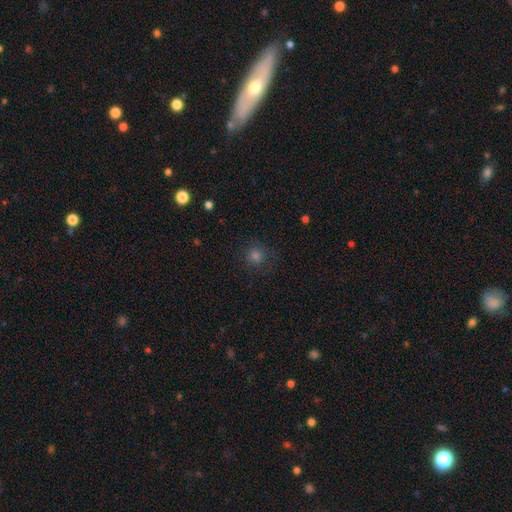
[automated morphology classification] Smooth or featured? Predicted: smooth (p=0.68). How rounded? Predicted: round (p=0.93). Merging? Predicted: none (p=0.83).